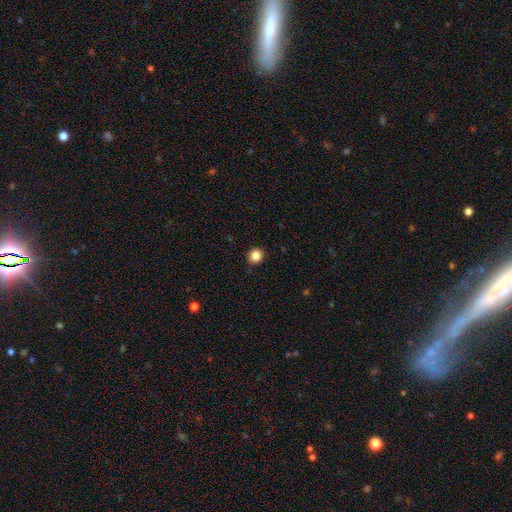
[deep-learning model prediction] Overall: smooth (85%). How rounded: round (86%). Merging: none (86%).